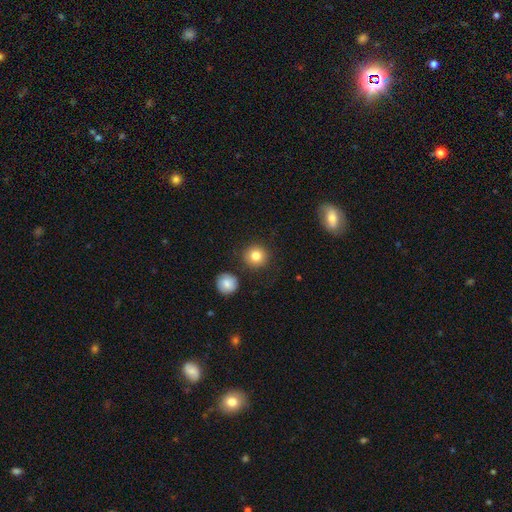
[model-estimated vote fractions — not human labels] Smooth or featured: smooth — 82% (star or artifact — 10%)
How rounded: round — 95% (in between — 4%)
Merging: none — 88% (minor disturbance — 7%)